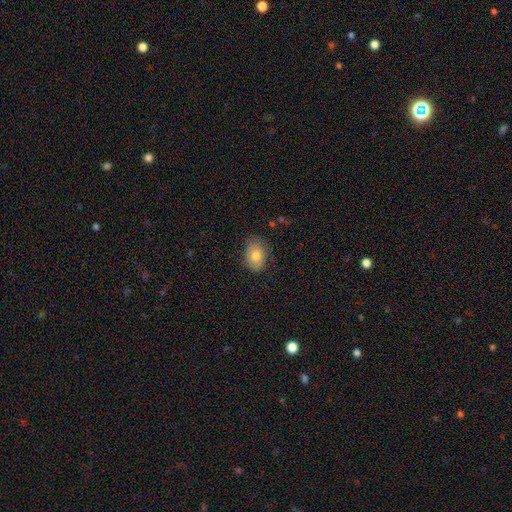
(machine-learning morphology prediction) A smooth galaxy with no disk features (77%) that is in between round and cigar-shaped (78%). Merging: none (75%).